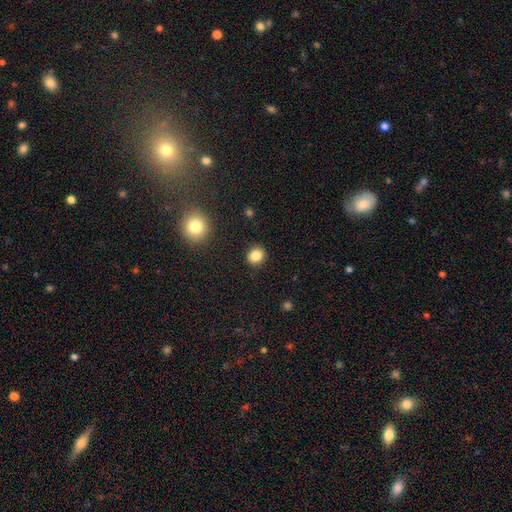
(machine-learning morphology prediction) The model was most divided on "how rounded": round: 77%, in between: 22%, cigar-shaped: 1%. More confident: merging — none (90%); smooth or featured — smooth (84%).